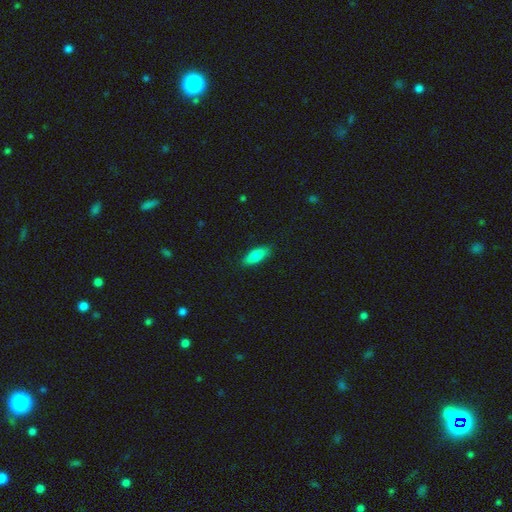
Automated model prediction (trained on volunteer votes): smooth-or-featured: smooth: 81% | featured or disk: 12% | star or artifact: 7%
  how-rounded: in between: 70% | cigar-shaped: 28% | round: 2%
  merging: none: 86% | minor disturbance: 11% | major disturbance: 2% | merger: 1%